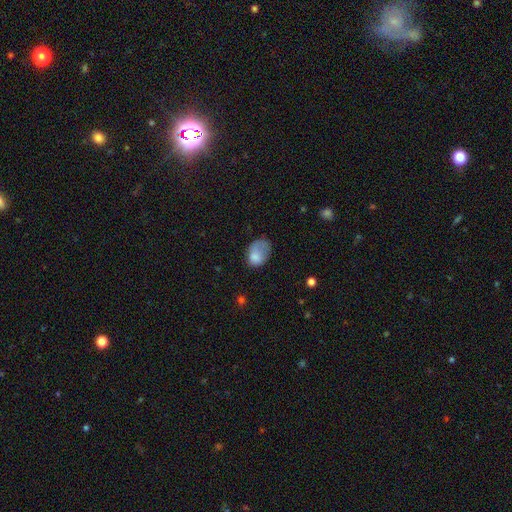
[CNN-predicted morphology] Overall: smooth (75%). How rounded: in between (79%). Merging: major disturbance (36%; minor disturbance 32%).